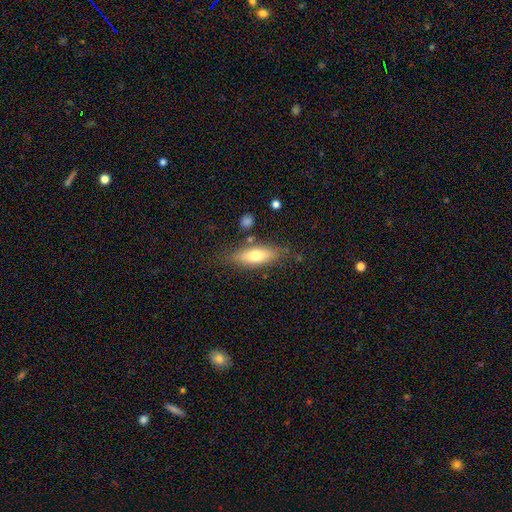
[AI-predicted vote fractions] Smooth or featured? smooth (65%)
How rounded? in between (60%)
Merging? none (77%)